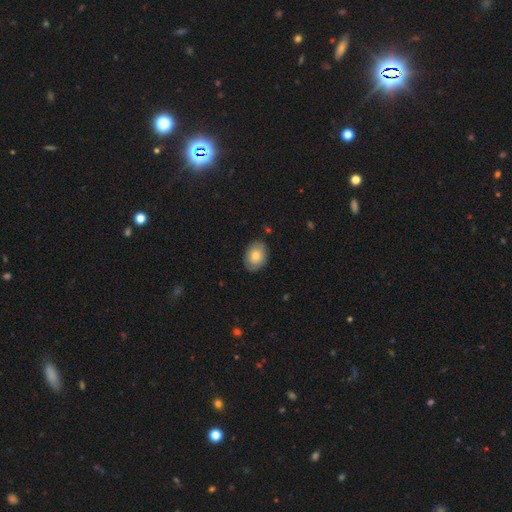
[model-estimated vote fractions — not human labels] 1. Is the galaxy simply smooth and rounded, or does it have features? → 76% smooth, 17% featured or disk, 7% star or artifact.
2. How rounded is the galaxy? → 75% in between, 24% round, 1% cigar-shaped.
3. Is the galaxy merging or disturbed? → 83% none, 13% minor disturbance, 2% major disturbance, 1% merger.